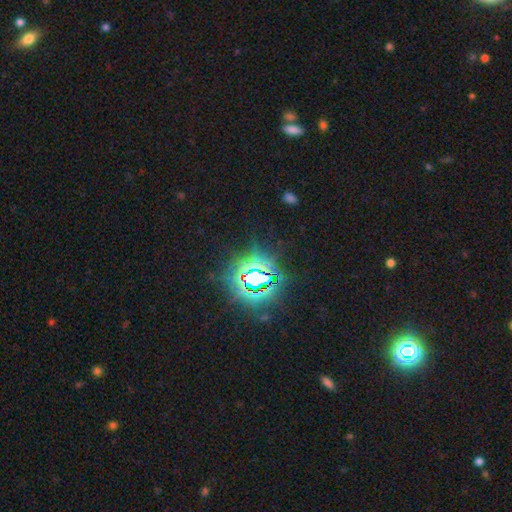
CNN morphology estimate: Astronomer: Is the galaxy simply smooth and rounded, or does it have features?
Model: star or artifact — 83%.